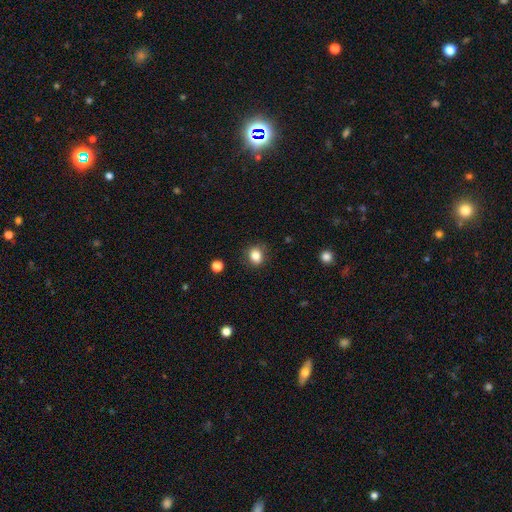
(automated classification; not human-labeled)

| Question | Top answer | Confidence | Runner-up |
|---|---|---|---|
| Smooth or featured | smooth | 83% | star or artifact (10%) |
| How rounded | round | 63% | in between (36%) |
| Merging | none | 84% | minor disturbance (12%) |